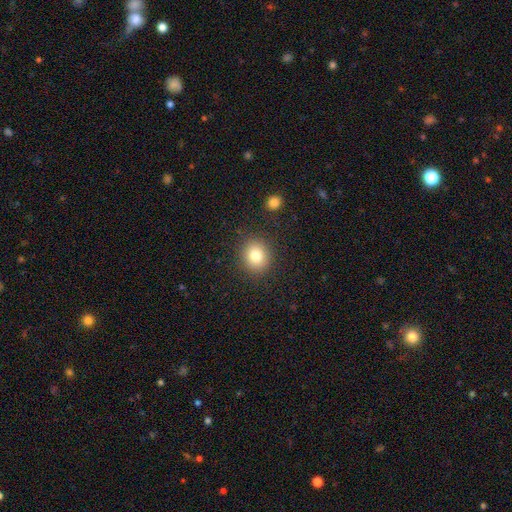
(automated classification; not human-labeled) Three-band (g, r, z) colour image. It shows a smooth galaxy with no disk features (80%) that is round (76%). Merging: none (88%).